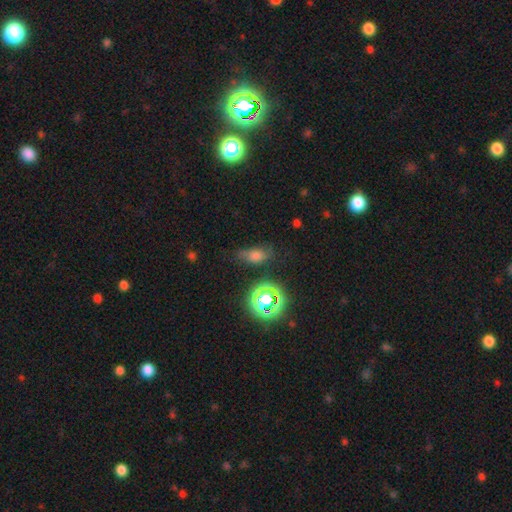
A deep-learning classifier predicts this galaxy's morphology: A smooth galaxy with no disk features (64%) that is in between round and cigar-shaped (70%).

Vote fractions:
- Smooth or featured? smooth: 64% / star or artifact: 24% / featured or disk: 12%
- How rounded? in between: 70% / round: 19% / cigar-shaped: 11%
- Merging? none: 63% / minor disturbance: 25% / major disturbance: 9% / merger: 3%